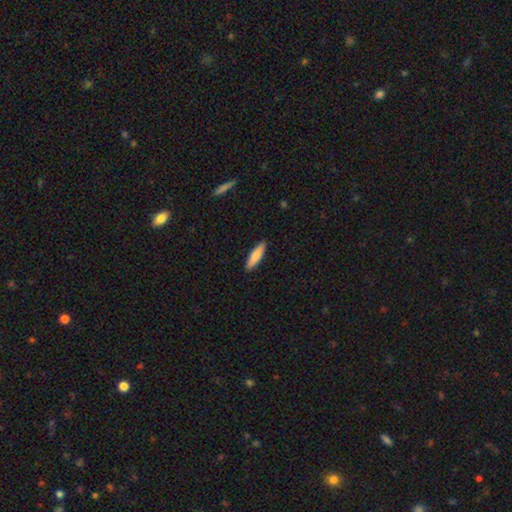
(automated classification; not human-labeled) This appears to be a smooth galaxy with no disk features (80%) that is cigar-shaped (70%). Merging: none (91%).